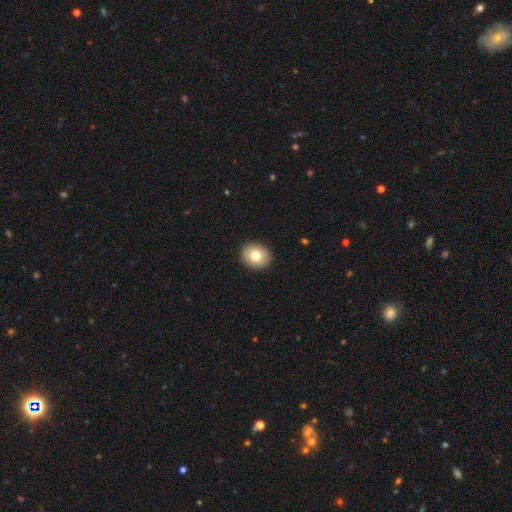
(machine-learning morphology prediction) Smooth or featured: smooth — 78% (featured or disk — 13%)
How rounded: round — 56% (in between — 43%)
Merging: none — 91% (minor disturbance — 6%)